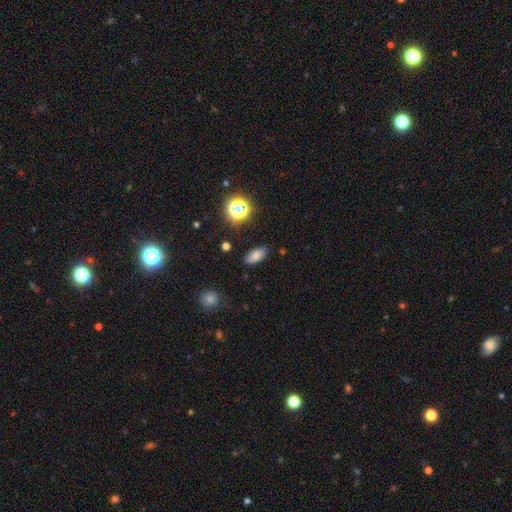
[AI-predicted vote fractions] A smooth galaxy with no disk features (78%) that is in between round and cigar-shaped (87%).

Vote fractions:
- Smooth or featured? smooth: 78% / star or artifact: 14% / featured or disk: 8%
- How rounded? in between: 87% / cigar-shaped: 7% / round: 6%
- Merging? none: 85% / minor disturbance: 11% / major disturbance: 3% / merger: 2%